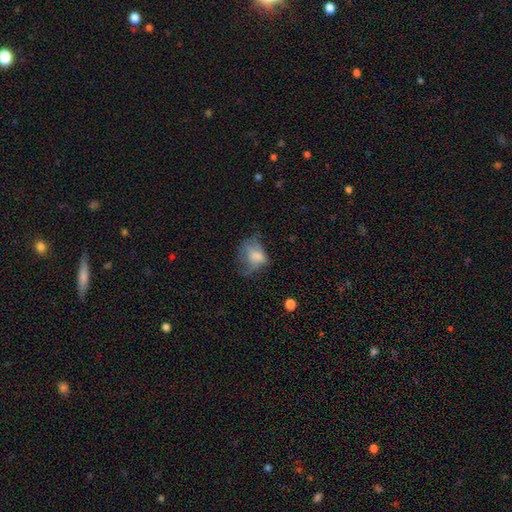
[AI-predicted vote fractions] smooth-or-featured: smooth: 61% | featured or disk: 28% | star or artifact: 11%
  how-rounded: in between: 71% | round: 27% | cigar-shaped: 2%
  merging: major disturbance: 44% | minor disturbance: 27% | none: 26% | merger: 3%